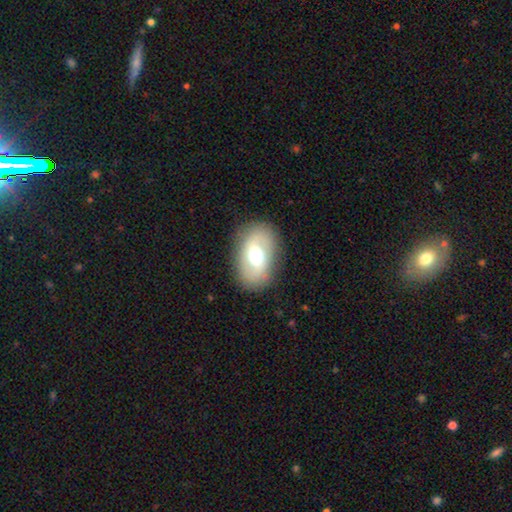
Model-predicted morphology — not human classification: A smooth galaxy with no disk features (48%). Merging: none (84%).